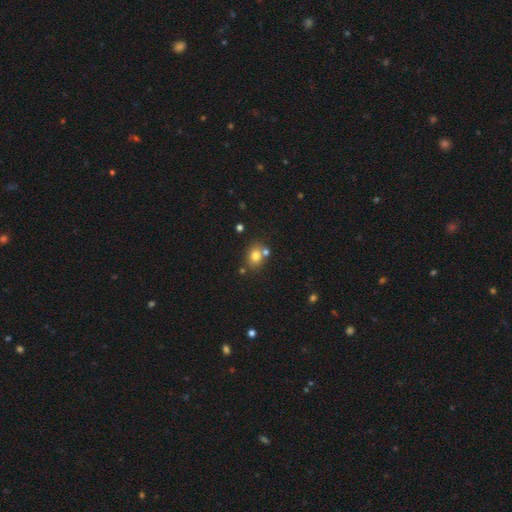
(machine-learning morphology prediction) Smooth or featured: smooth — 76% (star or artifact — 13%)
How rounded: round — 52% (in between — 47%)
Merging: none — 65% (merger — 20%)